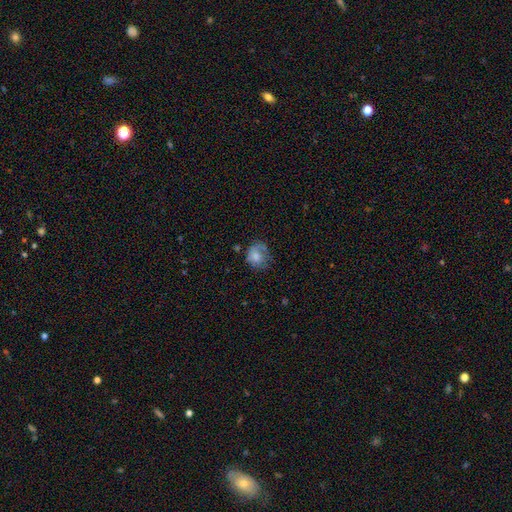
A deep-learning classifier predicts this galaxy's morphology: Overall: smooth (67%). How rounded: round (63%; in between 37%). Merging: none (45%; minor disturbance 29%).